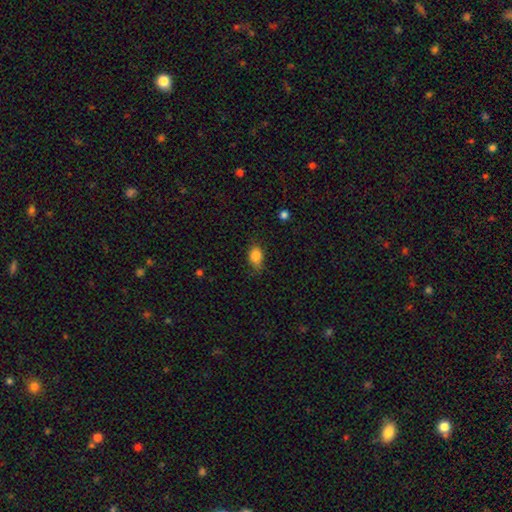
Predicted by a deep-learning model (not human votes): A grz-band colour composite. It shows a smooth galaxy with no disk features (84%) that is in between round and cigar-shaped (74%). Merging: none (65%).